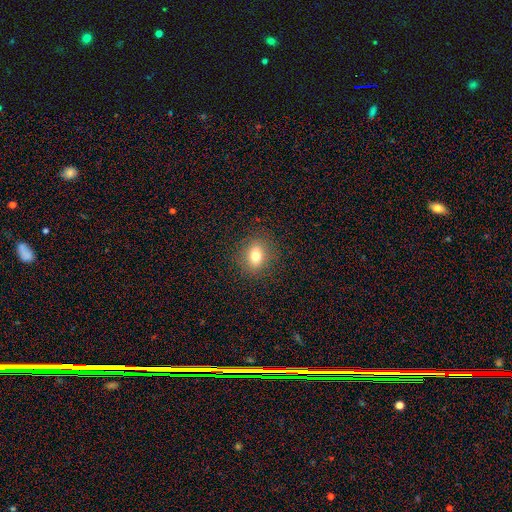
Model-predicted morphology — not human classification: Q: Smooth or featured?
A: smooth (77%); runner-up: star or artifact (12%)
Q: How rounded?
A: in between (51%); runner-up: round (47%)
Q: Merging?
A: none (88%); runner-up: minor disturbance (8%)